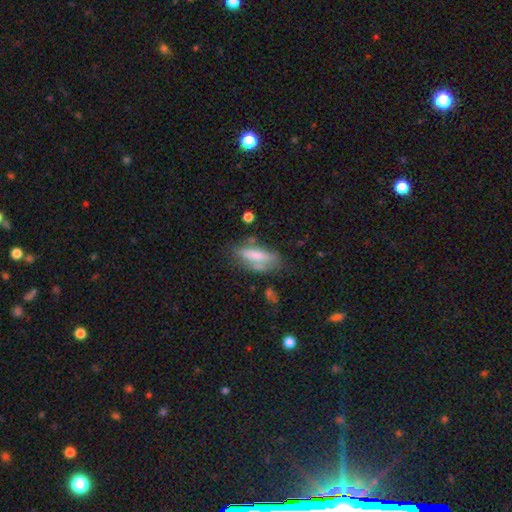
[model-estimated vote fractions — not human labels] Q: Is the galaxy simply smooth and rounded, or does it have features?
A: smooth — 63%.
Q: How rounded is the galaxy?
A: in between — 58%.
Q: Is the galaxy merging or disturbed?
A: none — 48%.